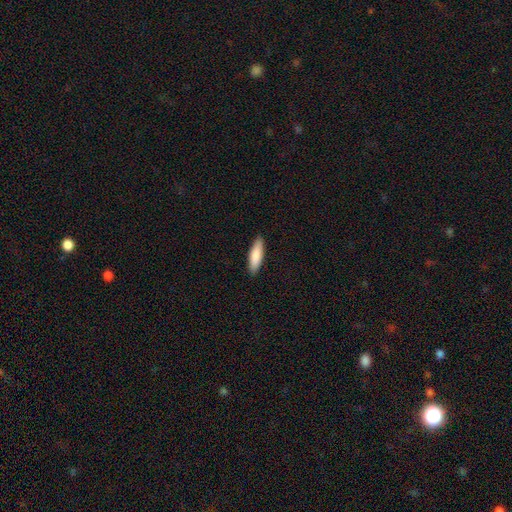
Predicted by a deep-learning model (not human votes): The model was most divided on "how rounded": cigar-shaped: 61%, in between: 37%, round: 1%. More confident: merging — none (90%); smooth or featured — smooth (85%).